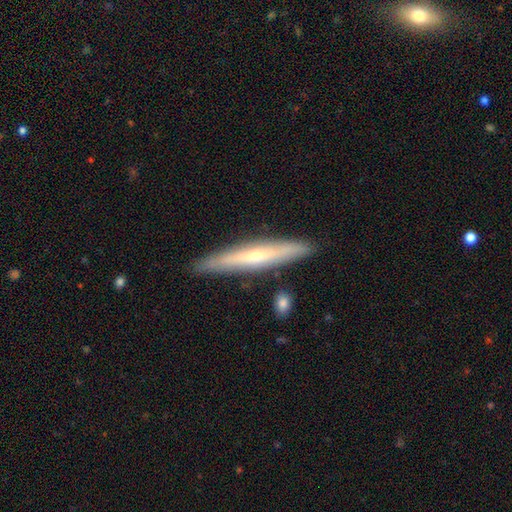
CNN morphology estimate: type=featured or disk (55%); edge-on=yes (91%); edge-on bulge=rounded (61%); merging=none (86%).